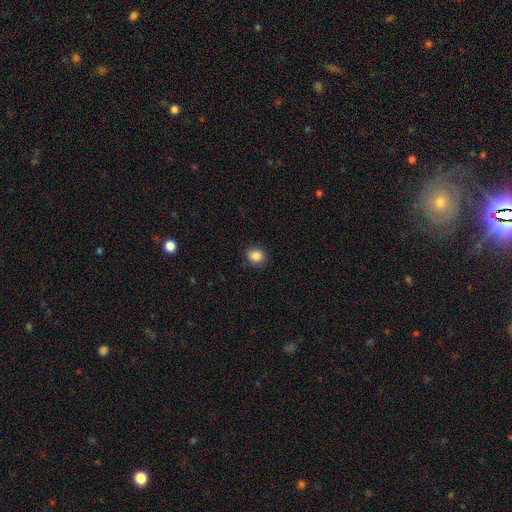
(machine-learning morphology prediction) Q: Smooth or featured?
A: smooth (86%); runner-up: star or artifact (10%)
Q: How rounded?
A: round (75%); runner-up: in between (24%)
Q: Merging?
A: none (88%); runner-up: minor disturbance (8%)